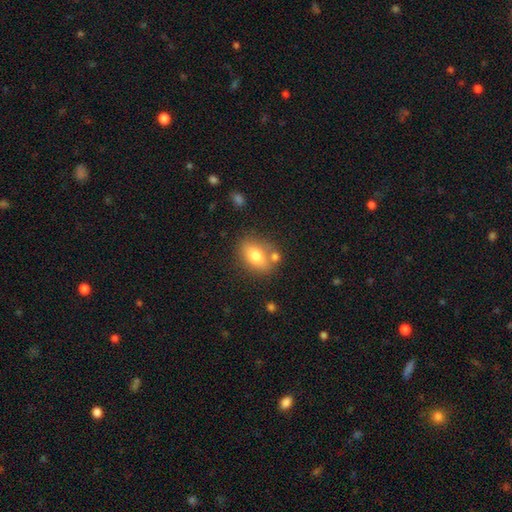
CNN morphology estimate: Smooth or featured? smooth (75%)
How rounded? in between (80%)
Merging? none (65%)